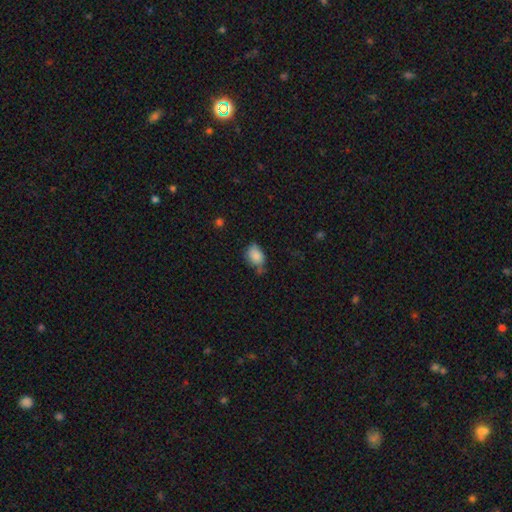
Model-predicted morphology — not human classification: Smooth or featured?
  - smooth: 84% *
  - star or artifact: 9%
  - featured or disk: 8%
How rounded?
  - in between: 75% *
  - round: 23%
  - cigar-shaped: 1%
Merging?
  - none: 50% *
  - minor disturbance: 35%
  - major disturbance: 8%
  - merger: 8%